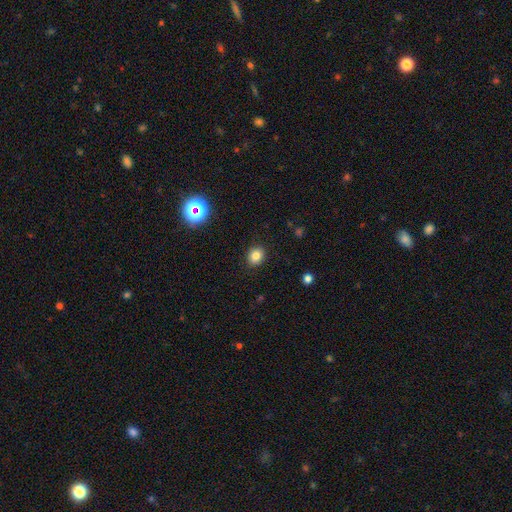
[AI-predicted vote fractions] Overall: smooth (82%). How rounded: round (63%; in between 36%). Merging: none (90%).